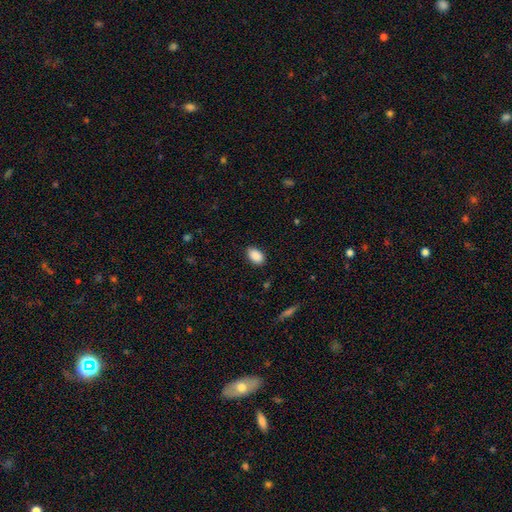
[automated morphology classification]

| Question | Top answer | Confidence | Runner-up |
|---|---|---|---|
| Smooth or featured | smooth | 90% | star or artifact (7%) |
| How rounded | in between | 92% | round (7%) |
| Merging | none | 87% | minor disturbance (10%) |